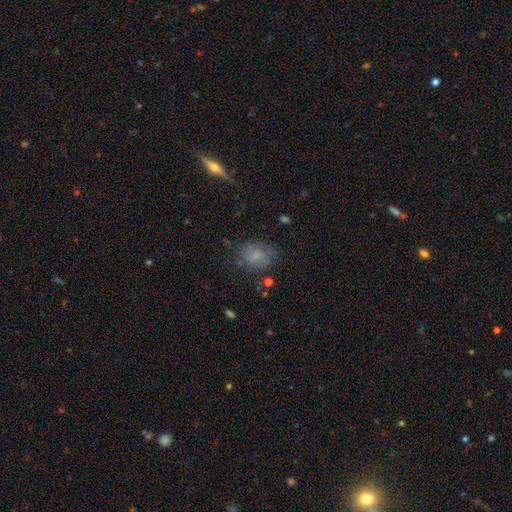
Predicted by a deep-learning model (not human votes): Overall: smooth (63%). How rounded: in between (68%; round 30%). Merging: none (61%; minor disturbance 23%).